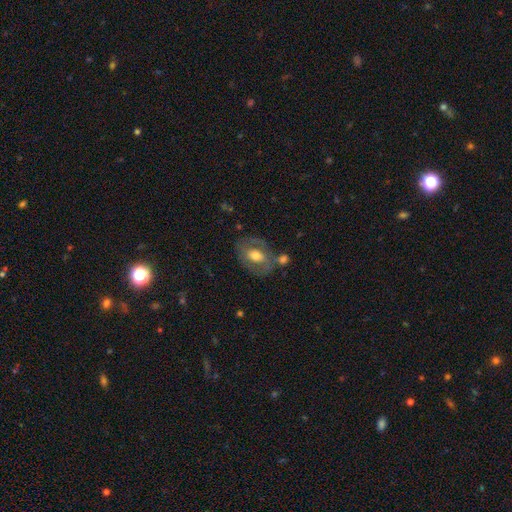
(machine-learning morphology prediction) Smooth or featured: featured or disk — 50% (smooth — 43%)
Merging: none — 61% (minor disturbance — 18%)